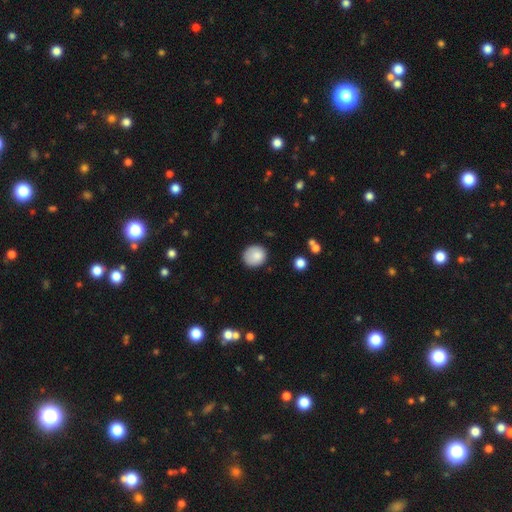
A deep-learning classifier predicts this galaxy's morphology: Smooth or featured?
  - smooth: 85% *
  - star or artifact: 8%
  - featured or disk: 7%
How rounded?
  - round: 86% *
  - in between: 13%
  - cigar-shaped: 1%
Merging?
  - none: 81% *
  - minor disturbance: 14%
  - major disturbance: 3%
  - merger: 2%